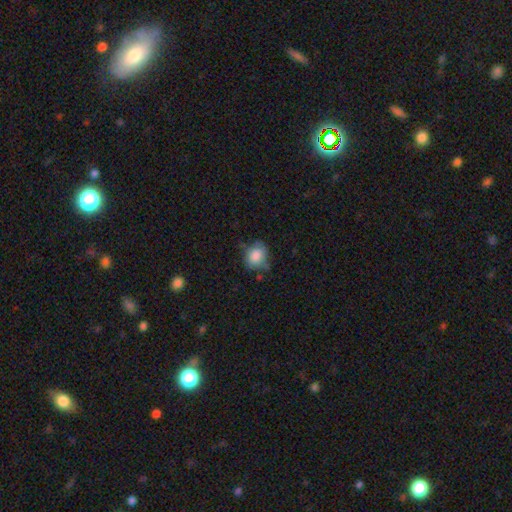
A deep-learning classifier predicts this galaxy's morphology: Smooth or featured? Predicted: smooth (p=0.84). How rounded? Predicted: round (p=0.57). Merging? Predicted: none (p=0.60).